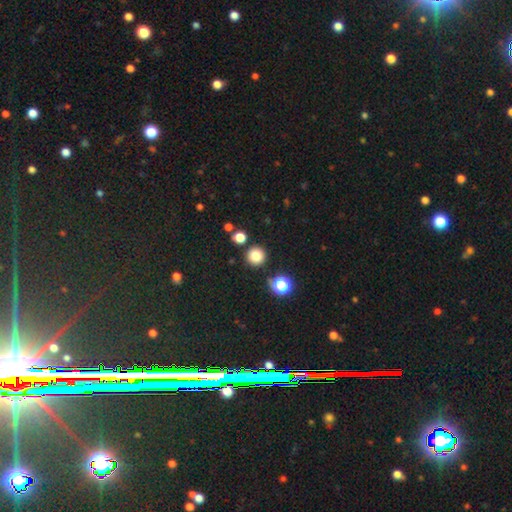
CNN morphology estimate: This is clearly a smooth galaxy (80%). How rounded: clearly round (95%). Merging: clearly none (88%).